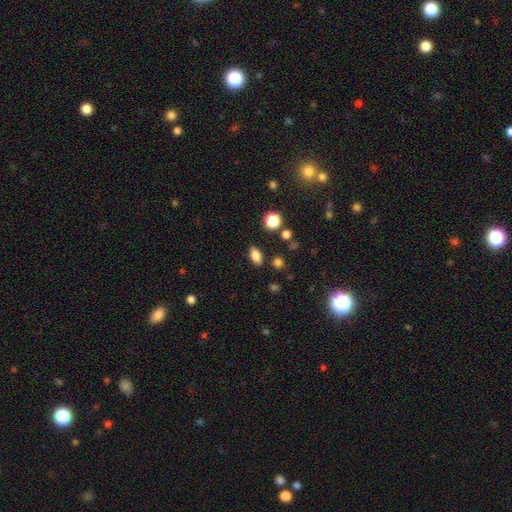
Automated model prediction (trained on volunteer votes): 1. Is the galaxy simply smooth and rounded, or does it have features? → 80% smooth, 11% star or artifact, 9% featured or disk.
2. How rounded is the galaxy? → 84% in between, 10% round, 6% cigar-shaped.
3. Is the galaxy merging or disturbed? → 85% none, 10% minor disturbance, 2% major disturbance, 2% merger.